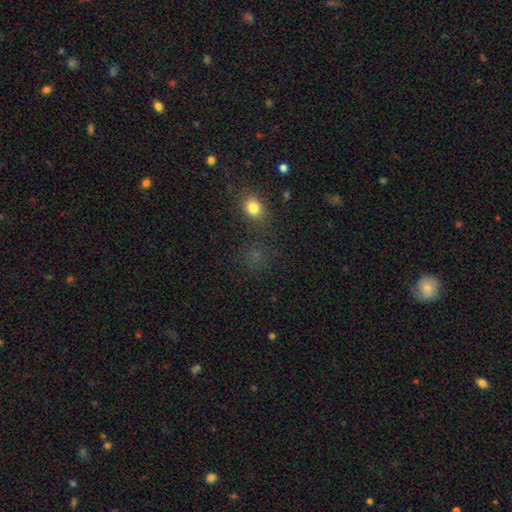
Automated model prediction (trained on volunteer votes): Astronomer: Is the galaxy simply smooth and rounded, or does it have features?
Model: smooth — 61%.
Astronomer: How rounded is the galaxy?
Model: round — 77%.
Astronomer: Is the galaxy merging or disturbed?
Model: none — 73%.